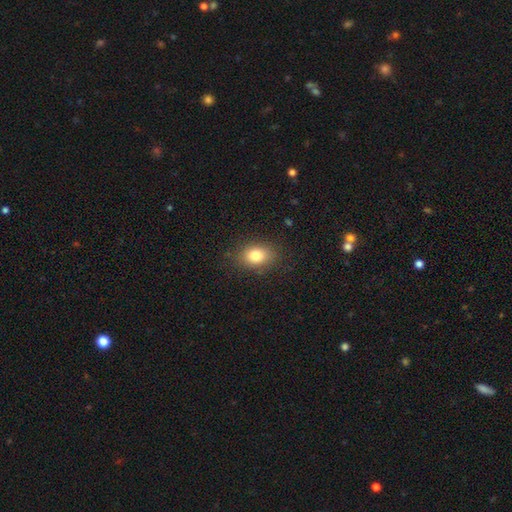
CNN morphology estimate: Smooth or featured?
  - smooth: 80% *
  - star or artifact: 10%
  - featured or disk: 9%
How rounded?
  - in between: 71% *
  - round: 28%
  - cigar-shaped: 1%
Merging?
  - none: 85% *
  - minor disturbance: 10%
  - major disturbance: 3%
  - merger: 1%